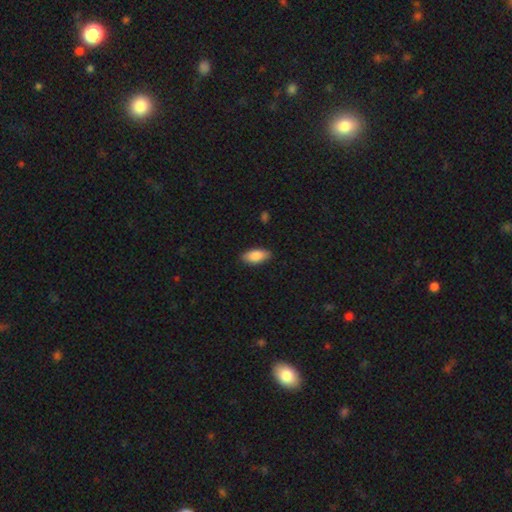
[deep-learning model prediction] The model was most divided on "merging": none: 86%, minor disturbance: 11%, major disturbance: 2%, merger: 1%. More confident: how rounded — in between (89%); smooth or featured — smooth (85%).